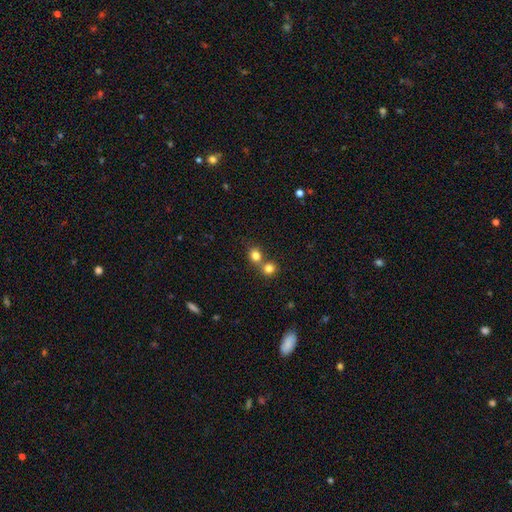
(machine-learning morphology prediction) smooth_or_featured: smooth (p=0.80) [alt: star or artifact p=0.12]
how_rounded: round (p=0.76) [alt: in between p=0.23]
merging: none (p=0.47) [alt: merger p=0.44]